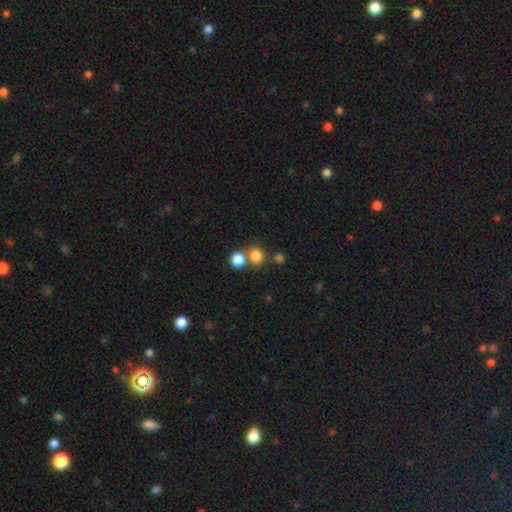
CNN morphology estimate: A smooth galaxy with no disk features (81%) that is round (76%).

Vote fractions:
- Smooth or featured? smooth: 81% / star or artifact: 13% / featured or disk: 6%
- How rounded? round: 76% / in between: 23% / cigar-shaped: 1%
- Merging? none: 62% / merger: 26% / minor disturbance: 8% / major disturbance: 3%